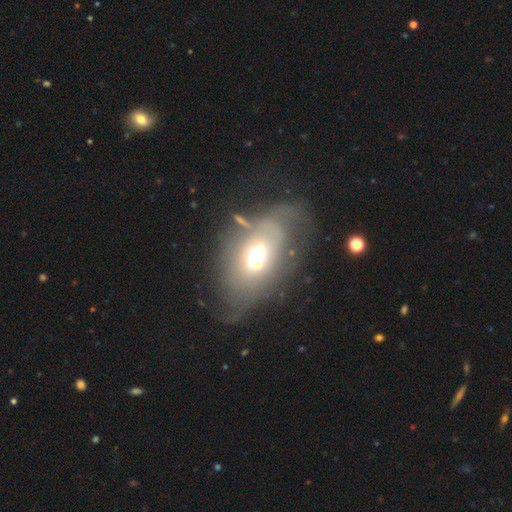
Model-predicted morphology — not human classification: smooth-or-featured: smooth: 45% | featured or disk: 38% | star or artifact: 16%
  merging: none: 34% | major disturbance: 30% | merger: 19% | minor disturbance: 18%